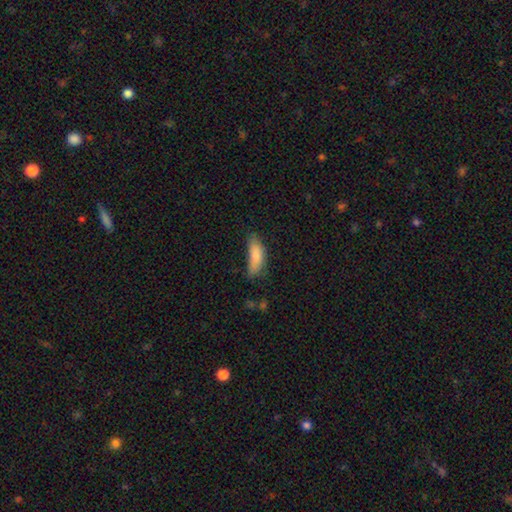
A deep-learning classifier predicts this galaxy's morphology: Smooth or featured?
  - smooth: 82% *
  - featured or disk: 11%
  - star or artifact: 7%
How rounded?
  - in between: 66% *
  - cigar-shaped: 32%
  - round: 2%
Merging?
  - none: 44% *
  - minor disturbance: 36%
  - major disturbance: 15%
  - merger: 4%